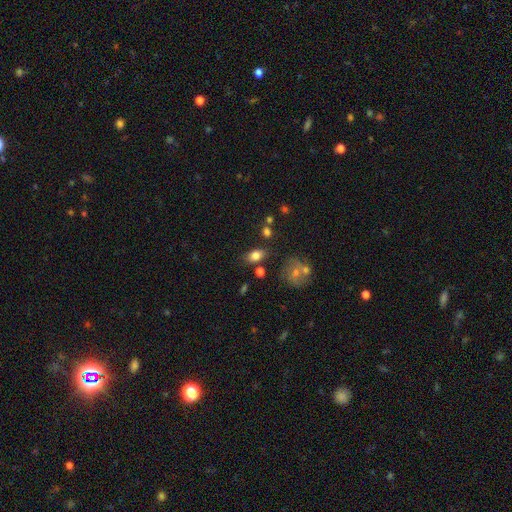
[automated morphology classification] The model was most divided on "merging": none: 74%, minor disturbance: 14%, merger: 8%, major disturbance: 4%. More confident: how rounded — in between (86%); smooth or featured — smooth (80%).